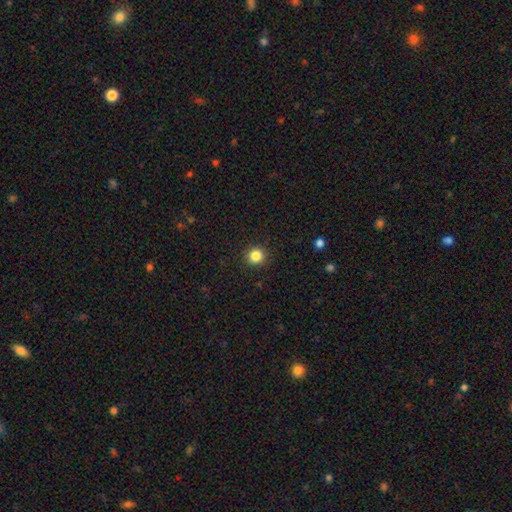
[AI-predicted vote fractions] Smooth or featured: smooth — 84% (star or artifact — 12%)
How rounded: round — 93% (in between — 6%)
Merging: none — 92% (minor disturbance — 5%)